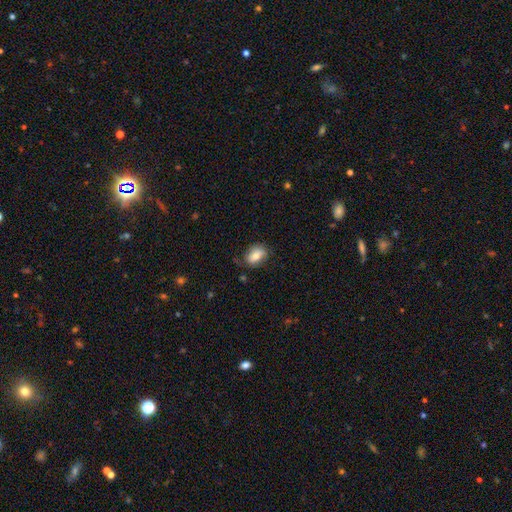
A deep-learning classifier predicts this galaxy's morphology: smooth-or-featured: smooth: 73% | featured or disk: 19% | star or artifact: 8%
  how-rounded: in between: 76% | round: 22% | cigar-shaped: 2%
  merging: none: 68% | minor disturbance: 24% | major disturbance: 7% | merger: 2%